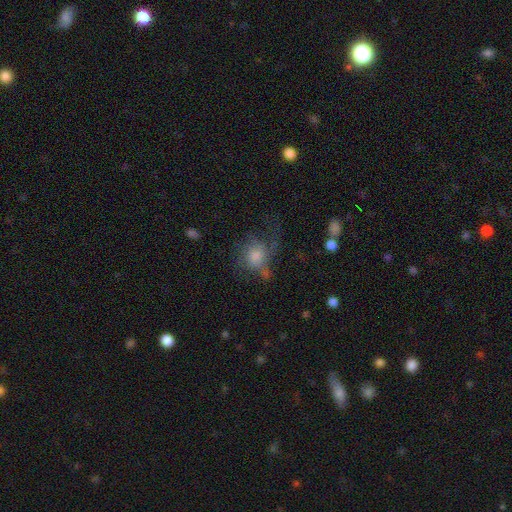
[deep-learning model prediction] Smooth or featured? Predicted: smooth (p=0.54). How rounded? Predicted: round (p=0.70). Merging? Predicted: none (p=0.39).